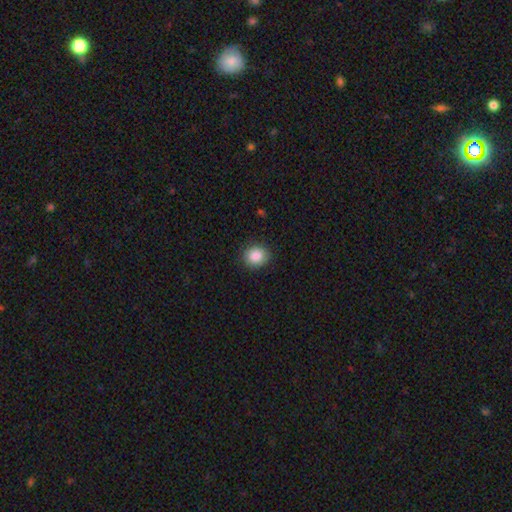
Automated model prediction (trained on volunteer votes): This is clearly a smooth galaxy (87%). How rounded: likely round (77%). Merging: clearly none (89%).